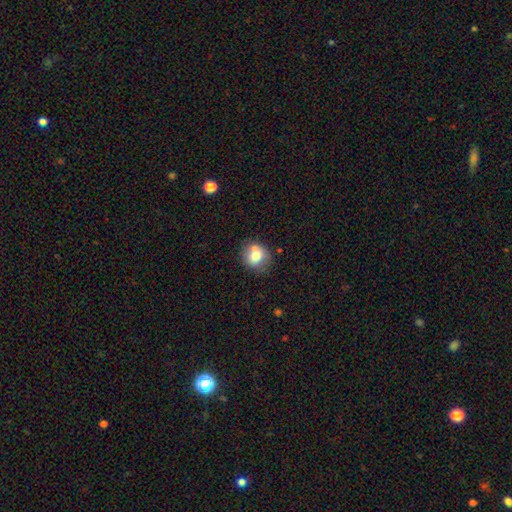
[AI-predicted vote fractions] smooth_or_featured: smooth (p=0.72) [alt: featured or disk p=0.18]
how_rounded: round (p=0.81) [alt: in between p=0.18]
merging: none (p=0.62) [alt: merger p=0.18]